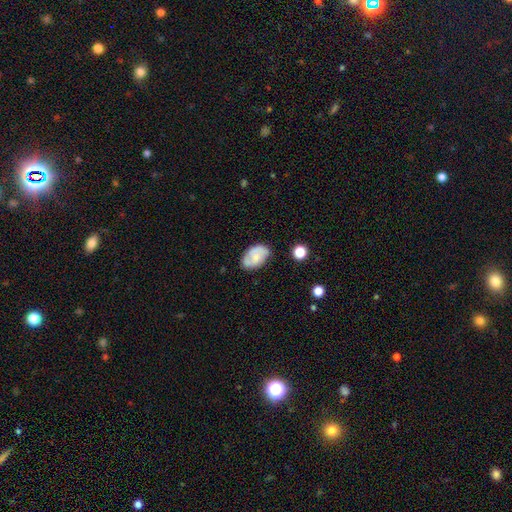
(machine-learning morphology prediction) smooth_or_featured: smooth (p=0.48) [alt: featured or disk p=0.44]
merging: none (p=0.71) [alt: minor disturbance p=0.21]